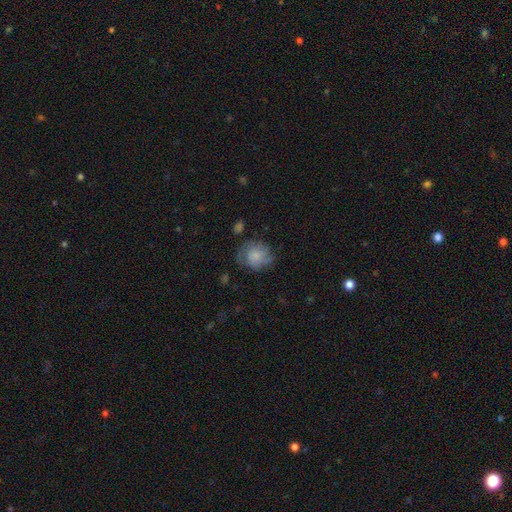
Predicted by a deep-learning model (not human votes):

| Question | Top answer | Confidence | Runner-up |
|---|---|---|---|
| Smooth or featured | smooth | 69% | featured or disk (22%) |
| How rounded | round | 72% | in between (27%) |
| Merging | none | 53% | minor disturbance (29%) |